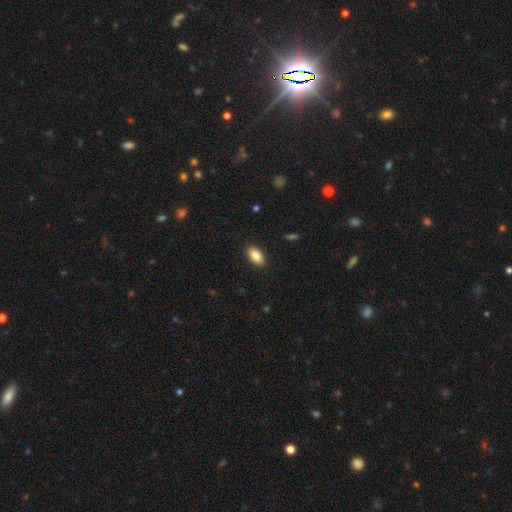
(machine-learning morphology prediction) Smooth or featured: smooth — 87% (star or artifact — 7%)
How rounded: in between — 93% (round — 5%)
Merging: none — 89% (minor disturbance — 8%)